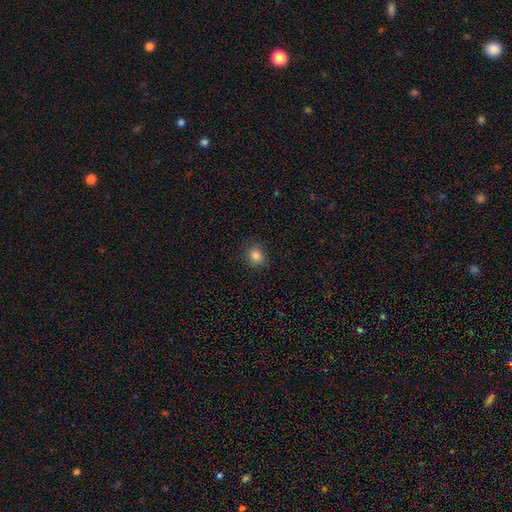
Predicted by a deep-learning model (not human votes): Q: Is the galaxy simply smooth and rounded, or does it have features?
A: smooth — 85%.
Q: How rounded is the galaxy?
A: round — 80%.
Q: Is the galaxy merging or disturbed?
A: none — 88%.